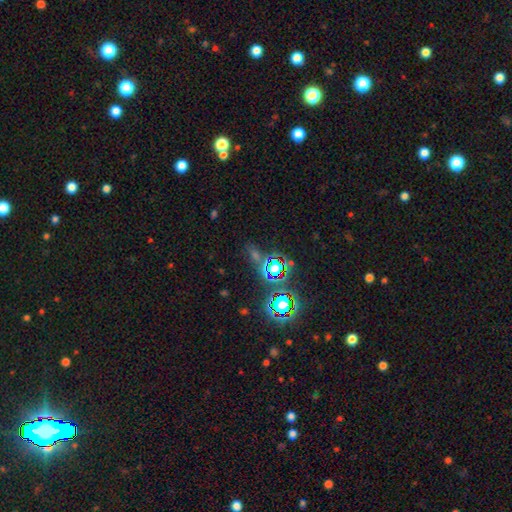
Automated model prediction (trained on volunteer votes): A star or artifact, not a galaxy (70%).